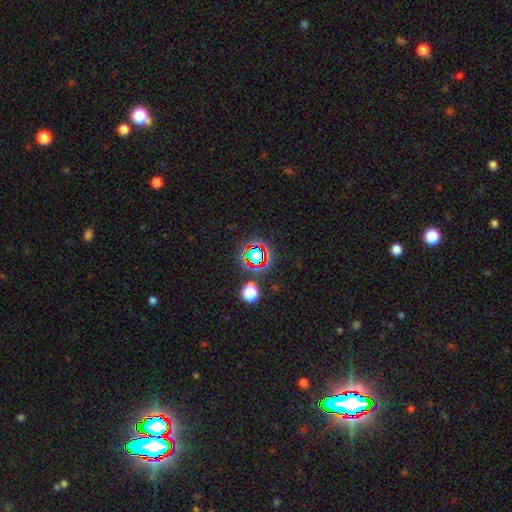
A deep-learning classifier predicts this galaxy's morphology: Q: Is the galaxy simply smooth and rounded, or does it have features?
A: star or artifact — 65%.